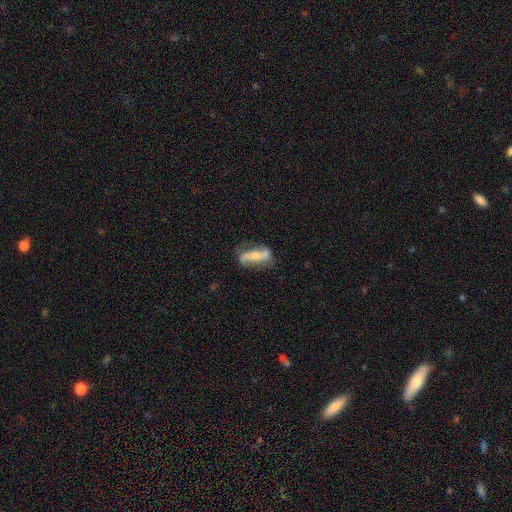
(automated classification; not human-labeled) featured or disk 68%, smooth 26%, star or artifact 7%. Down the decision tree: edge-on disk — no (86%); bar — no (39%); spiral arms — yes (84%); bulge size — small (45%); merging — none (59%).